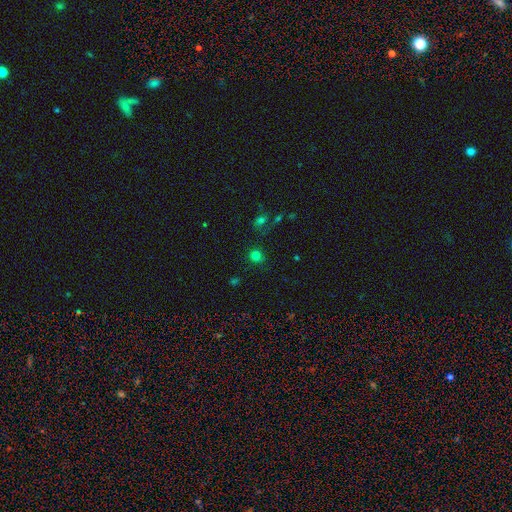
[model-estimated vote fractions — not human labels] This appears to be a smooth galaxy with no disk features (77%) that is round (91%). Merging: none (84%).